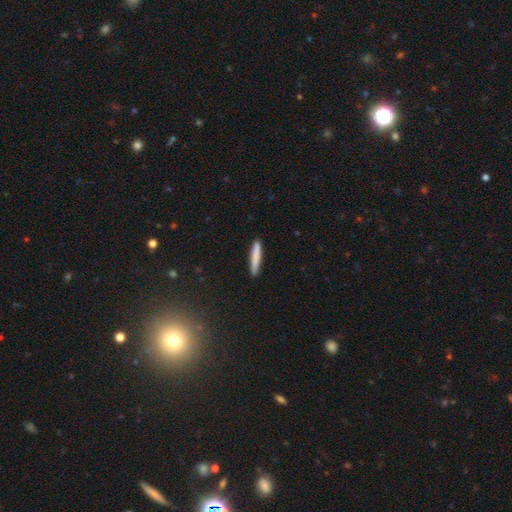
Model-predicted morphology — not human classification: Q: Smooth or featured?
A: smooth (81%); runner-up: featured or disk (13%)
Q: How rounded?
A: cigar-shaped (94%); runner-up: in between (5%)
Q: Merging?
A: none (90%); runner-up: minor disturbance (7%)